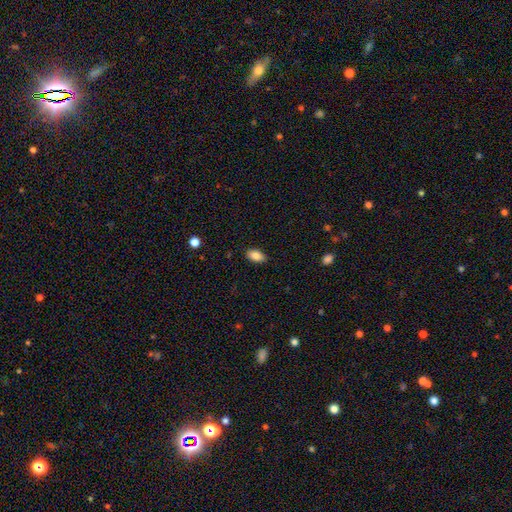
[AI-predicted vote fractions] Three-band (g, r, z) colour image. It shows a smooth galaxy with no disk features (84%) that is in between round and cigar-shaped (92%). Merging: none (87%).